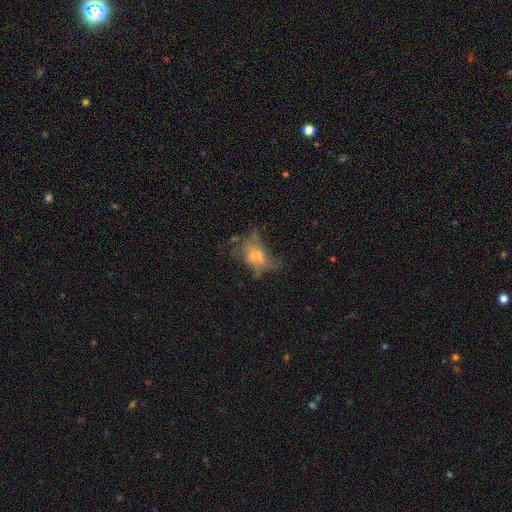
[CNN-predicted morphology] Smooth or featured? Predicted: featured or disk (p=0.42, tied with smooth). Merging? Predicted: major disturbance (p=0.42).